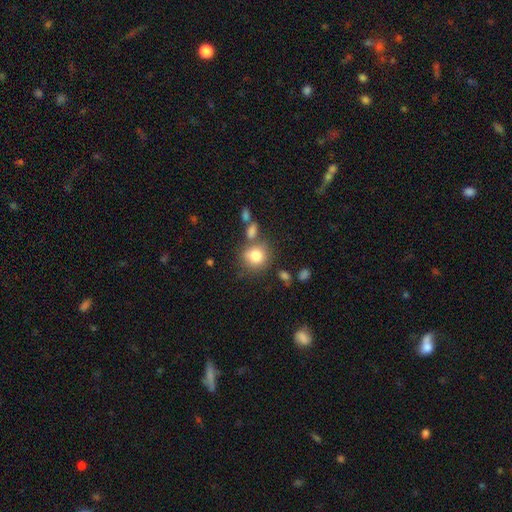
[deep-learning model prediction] smooth_or_featured: smooth (p=0.80) [alt: star or artifact p=0.10]
how_rounded: round (p=0.82) [alt: in between p=0.17]
merging: none (p=0.65) [alt: merger p=0.16]